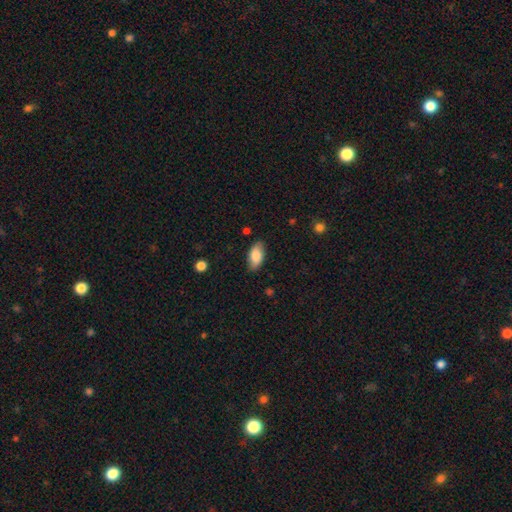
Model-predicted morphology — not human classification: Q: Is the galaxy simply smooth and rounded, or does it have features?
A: smooth — 82%.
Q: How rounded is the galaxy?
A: in between — 91%.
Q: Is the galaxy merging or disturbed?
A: none — 83%.